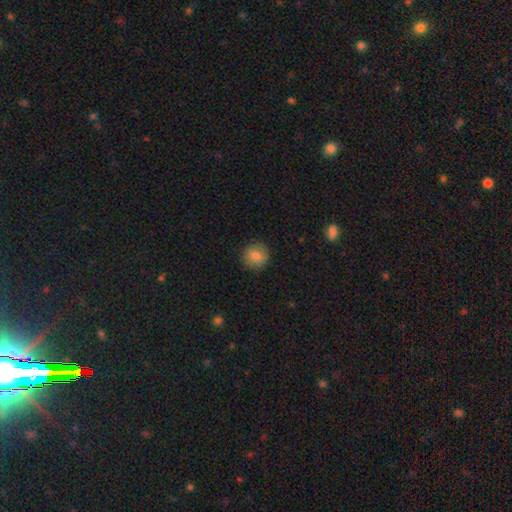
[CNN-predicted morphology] Overall: smooth (82%). How rounded: round (91%). Merging: none (89%).